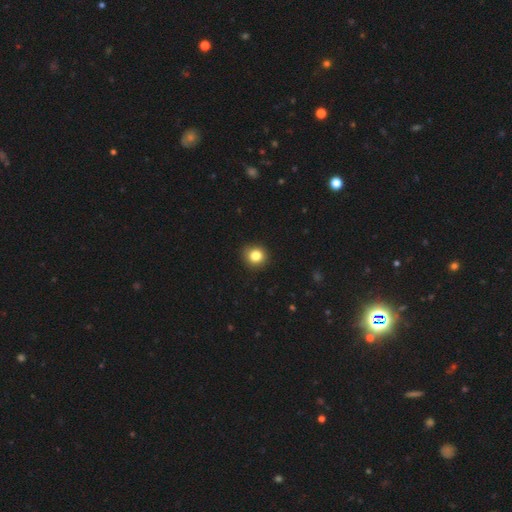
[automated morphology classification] Smooth or featured: smooth — 83% (star or artifact — 11%)
How rounded: round — 90% (in between — 9%)
Merging: none — 91% (minor disturbance — 6%)